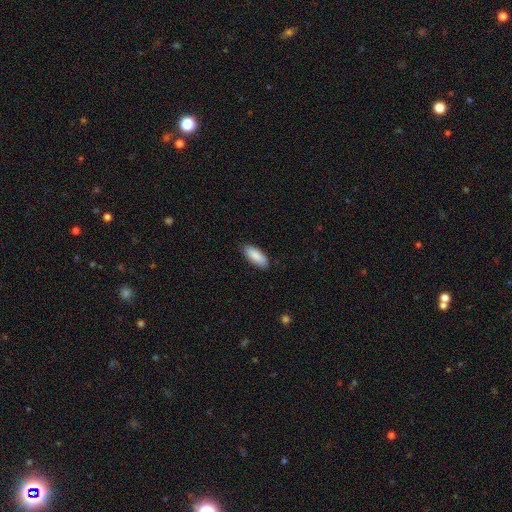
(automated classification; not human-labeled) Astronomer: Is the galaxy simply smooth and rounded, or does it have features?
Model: smooth — 89%.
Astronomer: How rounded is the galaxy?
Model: in between — 75%.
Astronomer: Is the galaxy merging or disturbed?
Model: none — 87%.